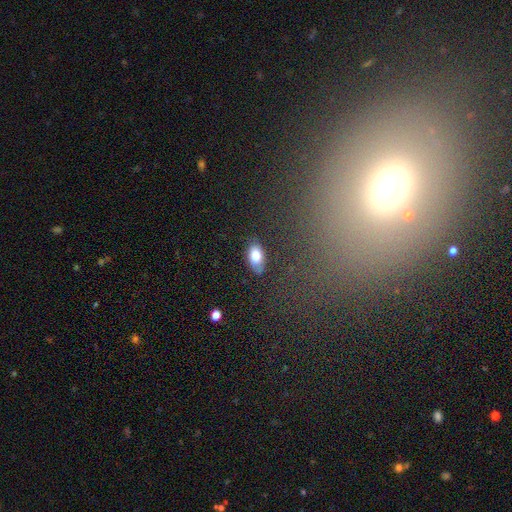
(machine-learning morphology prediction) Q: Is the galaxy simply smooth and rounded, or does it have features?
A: smooth — 78%.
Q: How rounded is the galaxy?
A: in between — 92%.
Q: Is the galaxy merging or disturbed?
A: none — 83%.